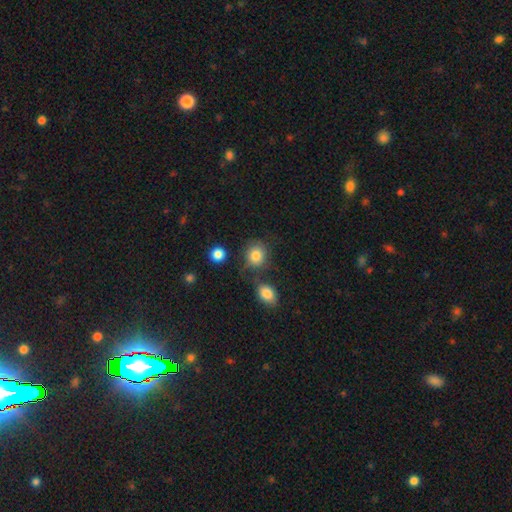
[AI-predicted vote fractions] A smooth galaxy with no disk features (82%) that is round (75%). Merging: none (64%).